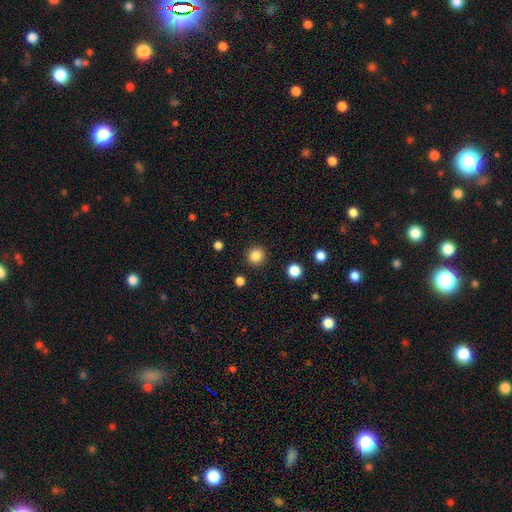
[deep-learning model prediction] Overall: smooth (85%). How rounded: round (94%). Merging: none (92%).